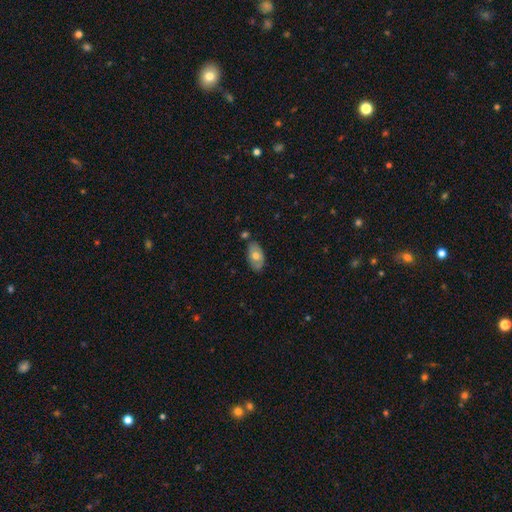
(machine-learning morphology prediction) type=smooth (61%); roundness=in between (93%); merging=none (74%).